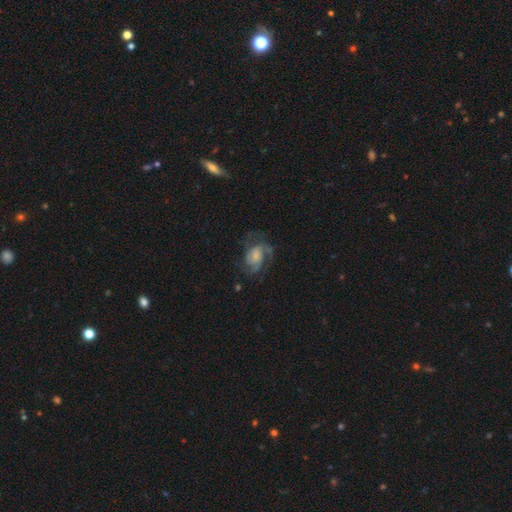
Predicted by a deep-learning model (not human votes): Overall: featured or disk (77%). Edge-on disk: no (98%). Bar: no (58%; weak 35%). Spiral arms: yes (93%). Spiral arm count: 2 (37%; 3 29%). Spiral winding: medium (49%; tight 32%). Bulge size: small (35%; moderate 28%). Merging: none (56%; major disturbance 22%).